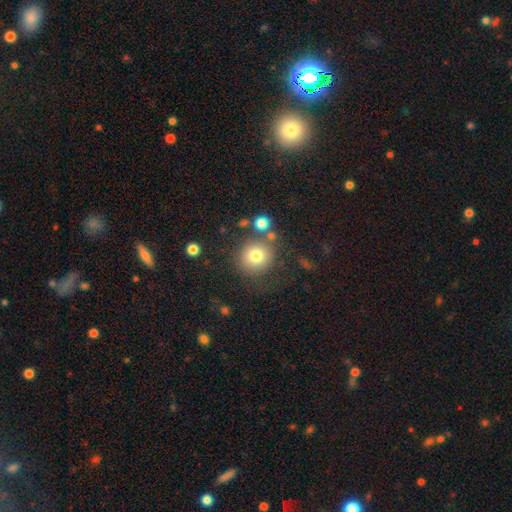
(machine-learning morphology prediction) smooth-or-featured: smooth: 77% | star or artifact: 12% | featured or disk: 11%
  how-rounded: round: 90% | in between: 9% | cigar-shaped: 1%
  merging: none: 73% | minor disturbance: 12% | merger: 9% | major disturbance: 6%